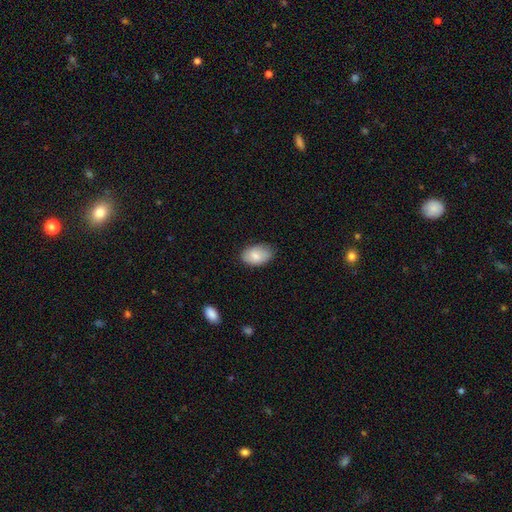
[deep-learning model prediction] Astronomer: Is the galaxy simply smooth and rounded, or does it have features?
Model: smooth — 82%.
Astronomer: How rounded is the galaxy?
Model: in between — 91%.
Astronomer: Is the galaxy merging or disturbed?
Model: none — 76%.